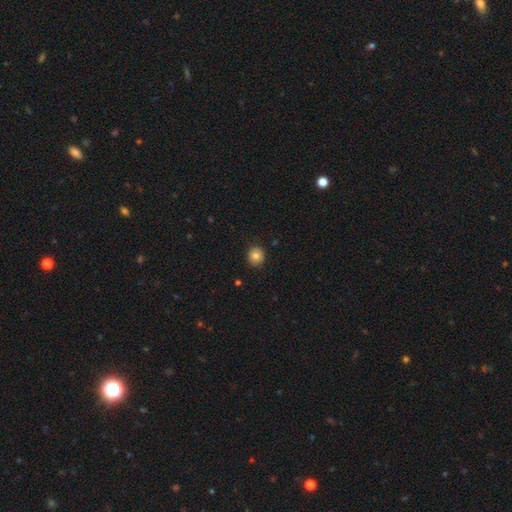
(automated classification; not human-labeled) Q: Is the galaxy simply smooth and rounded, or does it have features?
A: smooth — 81%.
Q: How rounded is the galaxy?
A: round — 87%.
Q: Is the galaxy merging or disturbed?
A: none — 90%.